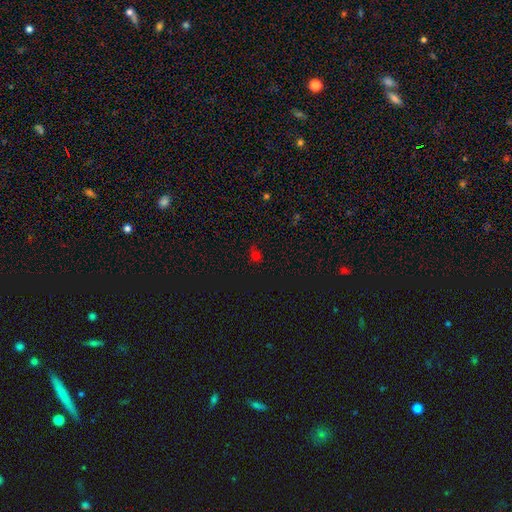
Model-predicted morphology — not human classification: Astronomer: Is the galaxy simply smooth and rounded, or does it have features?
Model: smooth — 54% (runner-up: star or artifact, 38%).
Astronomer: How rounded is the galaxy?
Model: round — 63%.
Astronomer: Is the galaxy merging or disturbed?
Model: none — 63%.